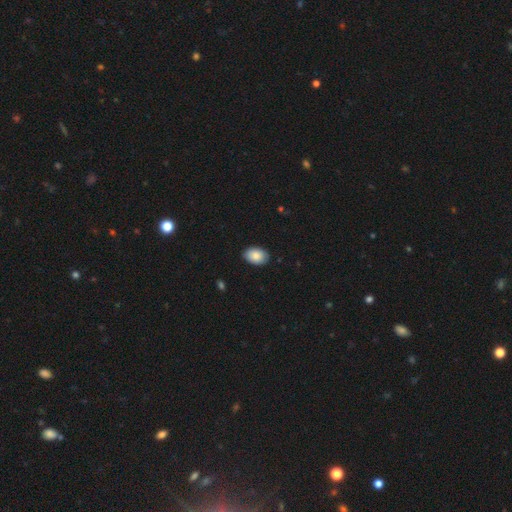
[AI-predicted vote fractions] Smooth or featured?
  - smooth: 87% *
  - star or artifact: 7%
  - featured or disk: 7%
How rounded?
  - in between: 88% *
  - round: 11%
  - cigar-shaped: 1%
Merging?
  - none: 88% *
  - minor disturbance: 10%
  - major disturbance: 2%
  - merger: 1%